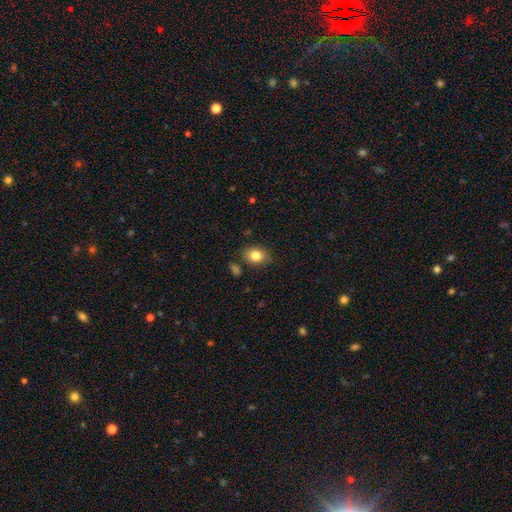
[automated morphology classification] Smooth or featured: smooth — 82% (featured or disk — 9%)
How rounded: in between — 73% (round — 25%)
Merging: none — 82% (minor disturbance — 13%)